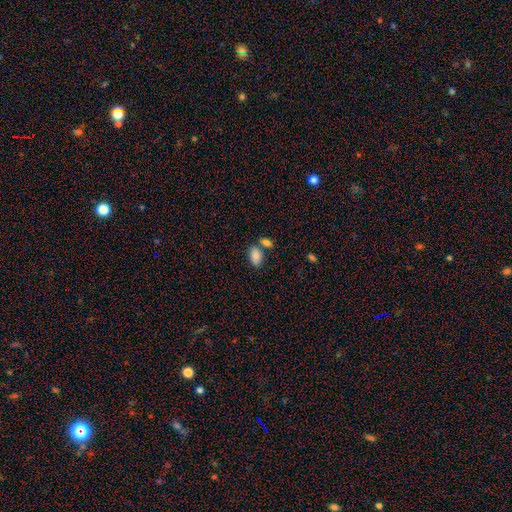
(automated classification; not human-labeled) Smooth or featured? Predicted: smooth (p=0.85). How rounded? Predicted: in between (p=0.92). Merging? Predicted: none (p=0.63).